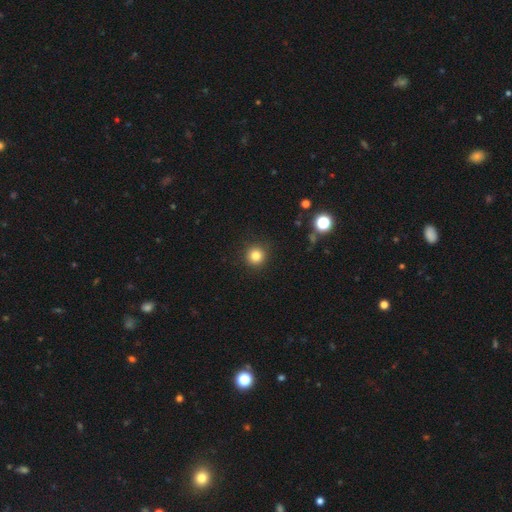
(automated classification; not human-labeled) A smooth galaxy with no disk features (83%) that is round (94%).

Vote fractions:
- Smooth or featured? smooth: 83% / star or artifact: 12% / featured or disk: 5%
- How rounded? round: 94% / in between: 5% / cigar-shaped: 1%
- Merging? none: 91% / minor disturbance: 6% / major disturbance: 2% / merger: 1%